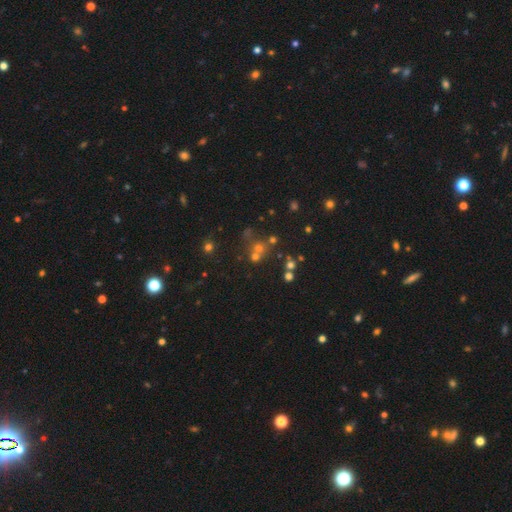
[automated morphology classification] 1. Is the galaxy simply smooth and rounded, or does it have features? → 45% smooth, 39% star or artifact, 16% featured or disk.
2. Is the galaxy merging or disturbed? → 54% none, 32% merger, 8% minor disturbance, 5% major disturbance.